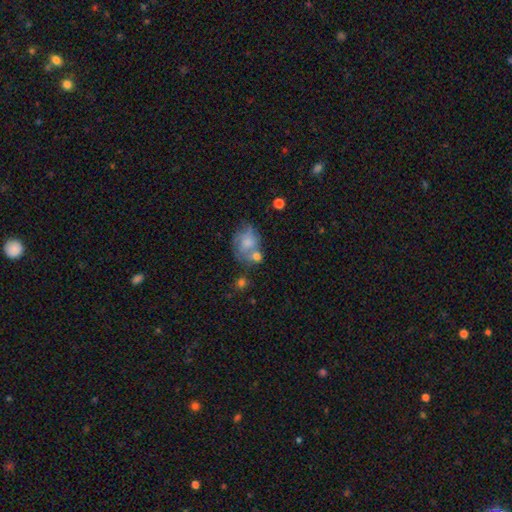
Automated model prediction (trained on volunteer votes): The model was most divided on "how rounded": in between: 53%, round: 45%, cigar-shaped: 1%. Remaining: smooth or featured — smooth (53%); merging — none (37%).